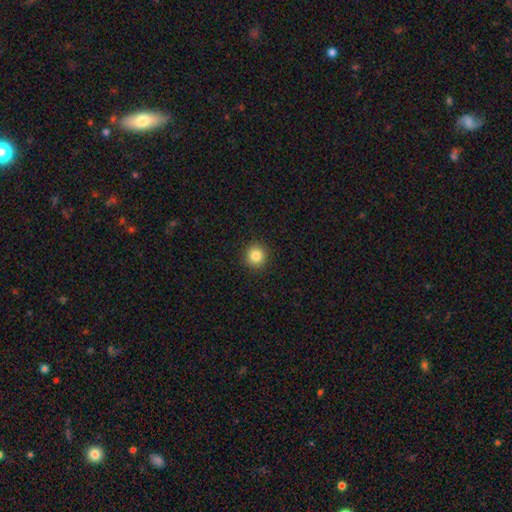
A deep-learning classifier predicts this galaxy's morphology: smooth_or_featured: smooth (p=0.85) [alt: star or artifact p=0.11]
how_rounded: round (p=0.93) [alt: in between p=0.06]
merging: none (p=0.92) [alt: minor disturbance p=0.05]